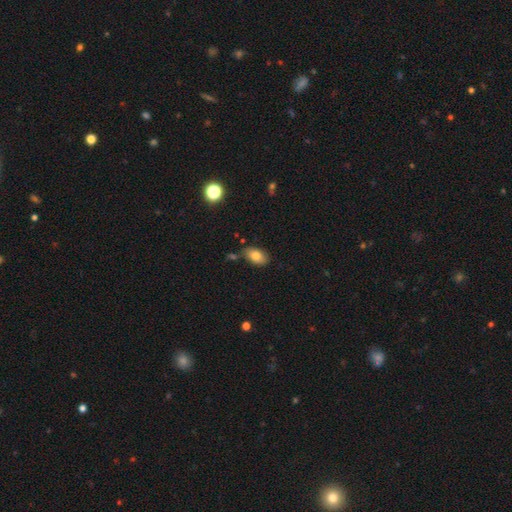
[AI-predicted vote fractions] smooth 81%, featured or disk 10%, star or artifact 8%. Down the decision tree: how rounded — in between (92%); merging — none (73%).